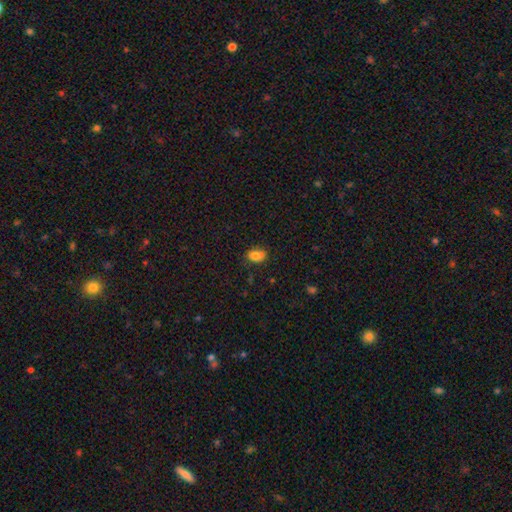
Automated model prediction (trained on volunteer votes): Overall: smooth (82%). How rounded: in between (81%). Merging: none (70%).